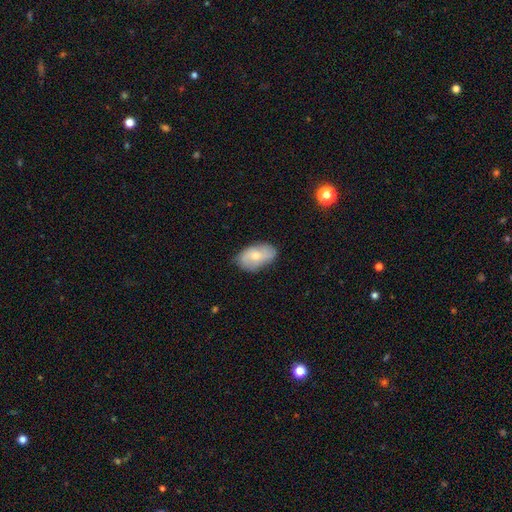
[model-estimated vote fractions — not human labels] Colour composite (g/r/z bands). It shows a smooth galaxy with no disk features (62%) that is in between round and cigar-shaped (91%). Merging: none (71%).